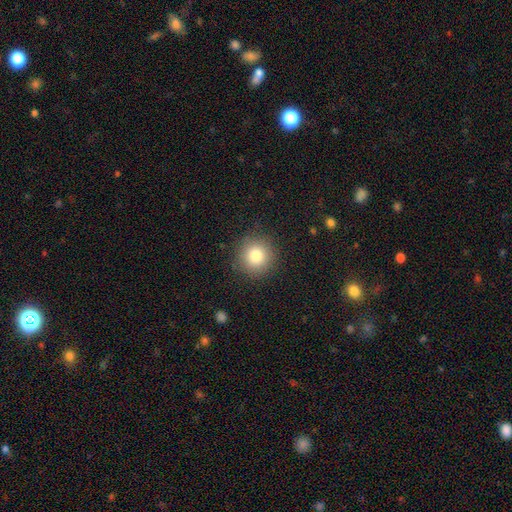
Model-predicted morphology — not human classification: smooth-or-featured: smooth: 81% | star or artifact: 11% | featured or disk: 8%
  how-rounded: round: 93% | in between: 6% | cigar-shaped: 1%
  merging: none: 89% | minor disturbance: 8% | major disturbance: 3% | merger: 1%